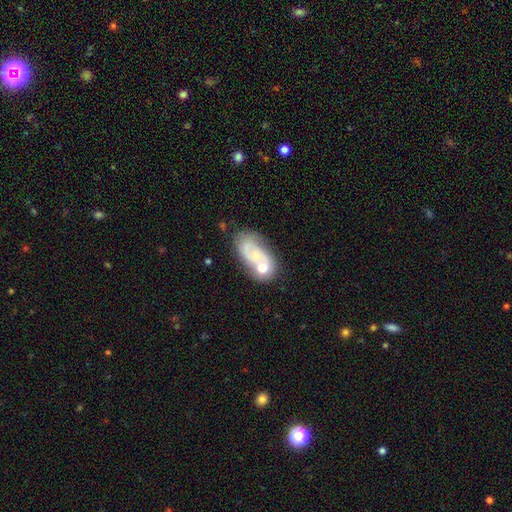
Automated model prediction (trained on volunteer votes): This appears to be a featured or disk galaxy (54%) with no bar (82%), no spiral arms (50%, tied with yes) and a small central bulge (52%). Merging: merger (38%).